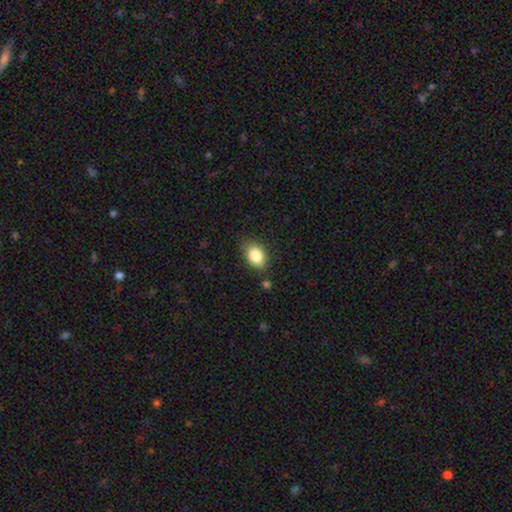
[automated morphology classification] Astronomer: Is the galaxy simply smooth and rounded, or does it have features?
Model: smooth — 84%.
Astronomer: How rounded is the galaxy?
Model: in between — 79%.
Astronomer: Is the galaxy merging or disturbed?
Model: none — 80%.